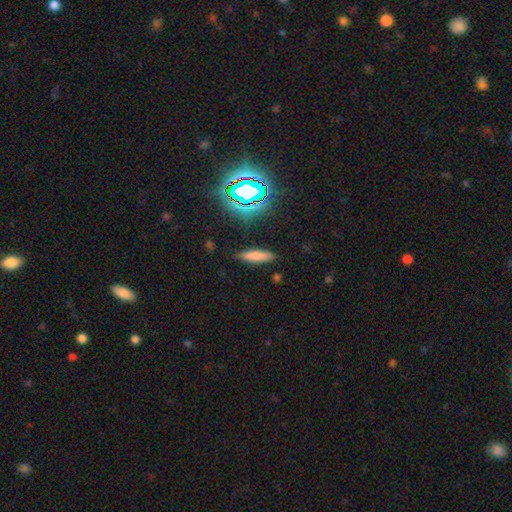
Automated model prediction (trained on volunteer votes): A smooth galaxy with no disk features (75%) that is cigar-shaped (74%). Merging: none (85%).